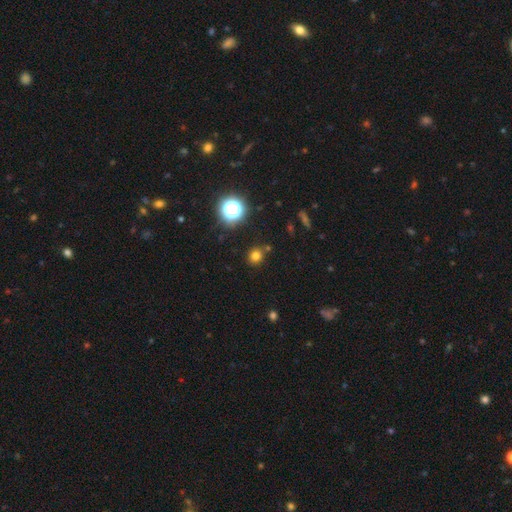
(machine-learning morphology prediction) smooth_or_featured: smooth (p=0.74) [alt: star or artifact p=0.20]
how_rounded: round (p=0.85) [alt: in between p=0.14]
merging: none (p=0.83) [alt: minor disturbance p=0.09]